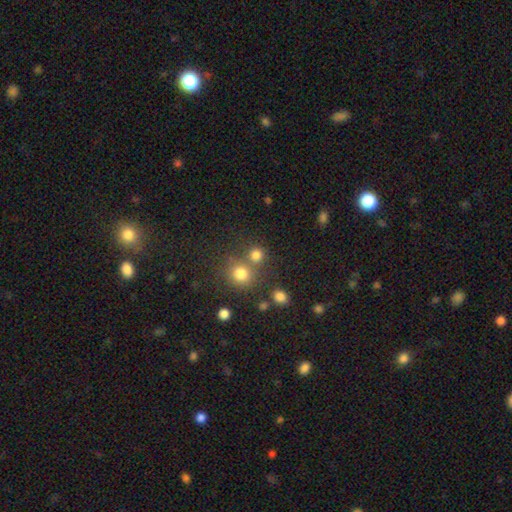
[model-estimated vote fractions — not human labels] Overall: smooth (77%). How rounded: round (88%). Merging: none (62%; merger 27%).